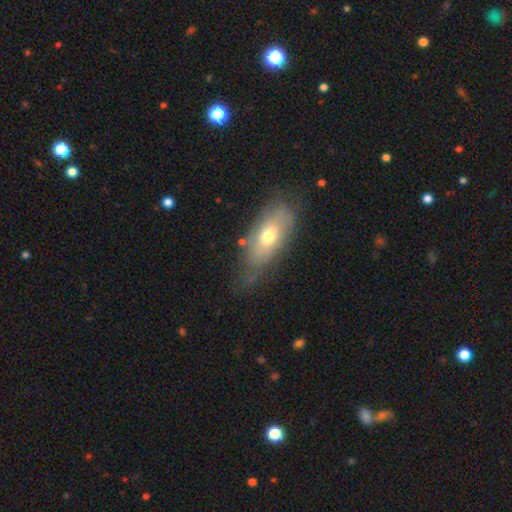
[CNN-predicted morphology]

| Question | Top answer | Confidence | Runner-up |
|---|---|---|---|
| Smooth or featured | smooth | 46% | featured or disk (45%) |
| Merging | none | 62% | minor disturbance (28%) |